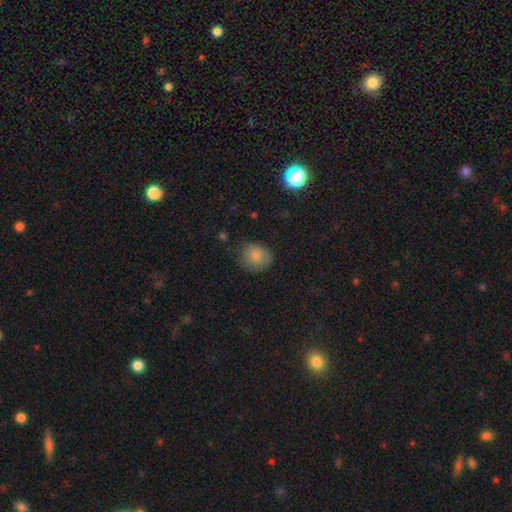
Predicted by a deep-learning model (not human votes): Smooth or featured? smooth (83%)
How rounded? round (67%)
Merging? none (70%)